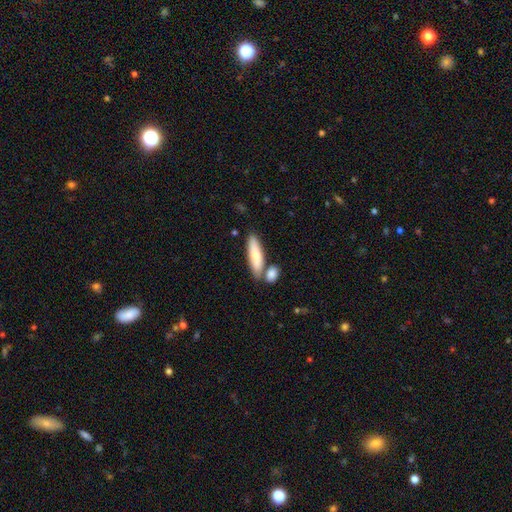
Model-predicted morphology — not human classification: Overall: smooth (75%). How rounded: cigar-shaped (60%; in between 38%). Merging: none (63%).